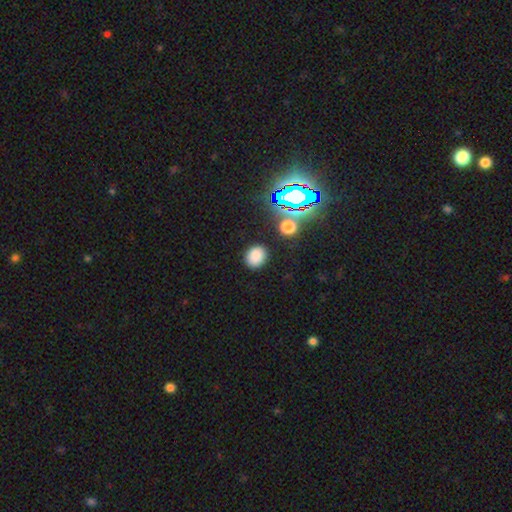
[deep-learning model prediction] A smooth galaxy with no disk features (80%) that is round (62%).

Vote fractions:
- Smooth or featured? smooth: 80% / star or artifact: 15% / featured or disk: 5%
- How rounded? round: 62% / in between: 37% / cigar-shaped: 1%
- Merging? none: 87% / minor disturbance: 8% / major disturbance: 3% / merger: 2%